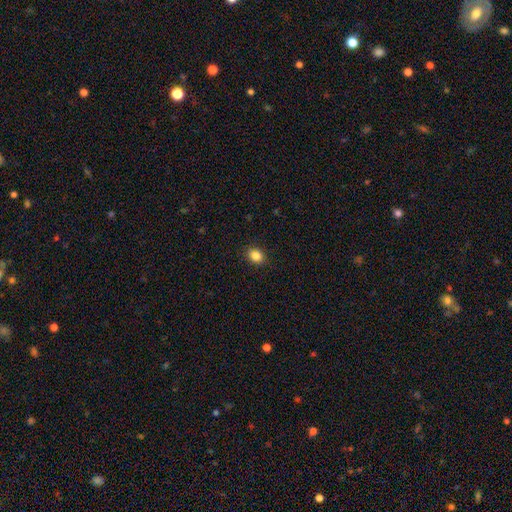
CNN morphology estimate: Smooth or featured? Predicted: smooth (p=0.86). How rounded? Predicted: in between (p=0.53). Merging? Predicted: none (p=0.90).